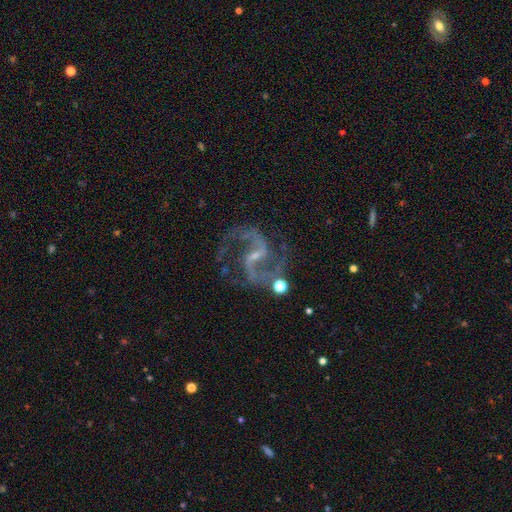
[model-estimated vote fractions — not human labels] featured or disk 92%, star or artifact 5%, smooth 2%. Down the decision tree: edge-on disk — no (98%); bar — weak (48%); spiral arms — yes (98%); spiral arm count — 2 (94%); spiral winding — medium (56%); bulge size — small (70%); merging — none (71%).